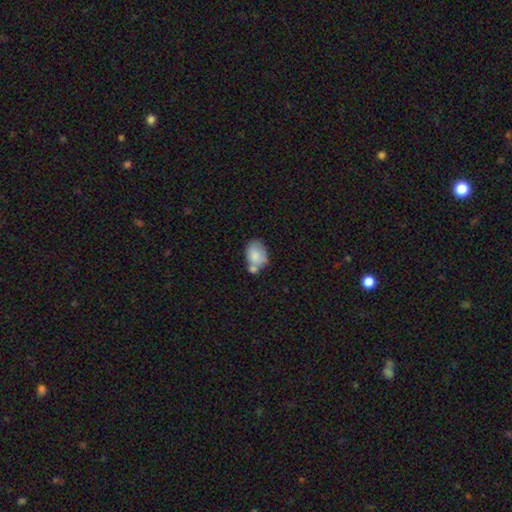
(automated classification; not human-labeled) smooth_or_featured: smooth (p=0.79) [alt: featured or disk p=0.14]
how_rounded: in between (p=0.81) [alt: round p=0.18]
merging: none (p=0.36) [tied with: merger p=0.36]